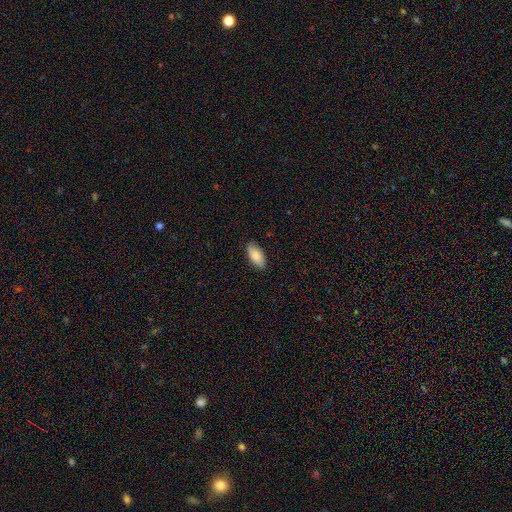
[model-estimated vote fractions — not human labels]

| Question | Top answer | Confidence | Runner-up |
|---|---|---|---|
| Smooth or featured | smooth | 84% | featured or disk (10%) |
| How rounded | in between | 92% | cigar-shaped (6%) |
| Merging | none | 84% | minor disturbance (13%) |